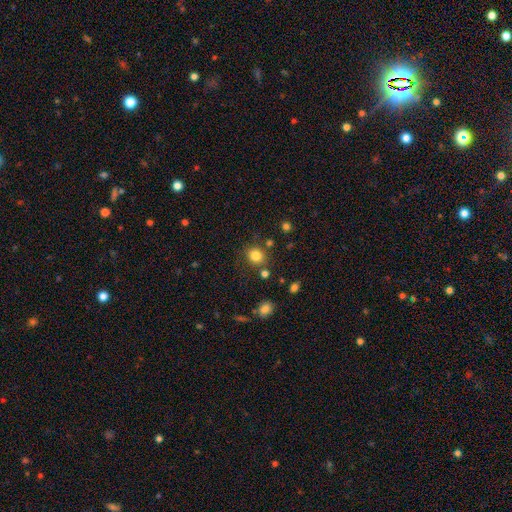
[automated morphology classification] smooth 82%, star or artifact 12%, featured or disk 6%. Down the decision tree: how rounded — round (77%); merging — none (79%).